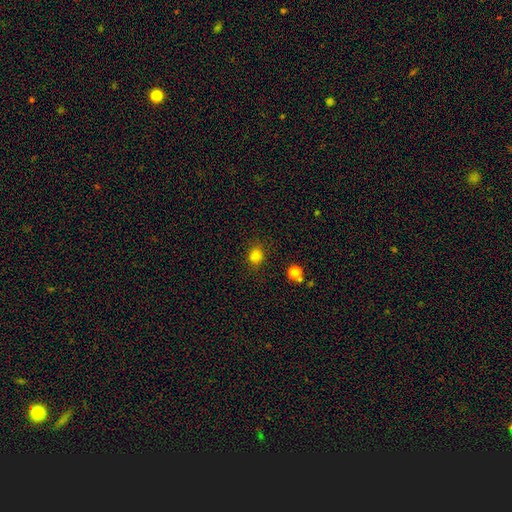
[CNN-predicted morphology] type=smooth (80%); roundness=round (73%); merging=none (85%).